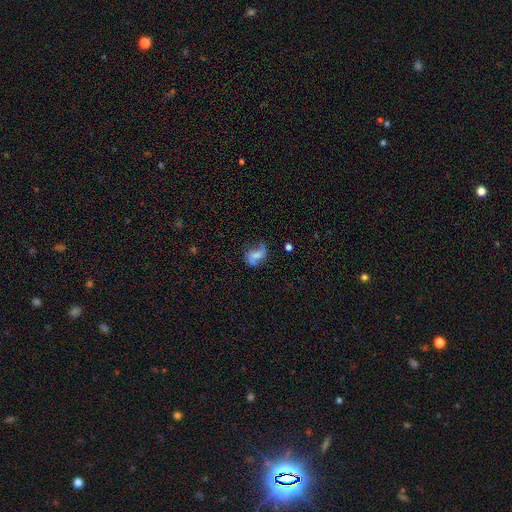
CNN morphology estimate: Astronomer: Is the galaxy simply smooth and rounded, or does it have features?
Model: featured or disk — 53% (runner-up: smooth, 36%).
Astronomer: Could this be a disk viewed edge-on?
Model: no — 97%.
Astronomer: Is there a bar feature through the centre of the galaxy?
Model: no — 53% (runner-up: weak, 34%).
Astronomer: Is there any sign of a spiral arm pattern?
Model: yes — 79%.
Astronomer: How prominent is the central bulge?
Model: none — 41% (runner-up: small, 27%).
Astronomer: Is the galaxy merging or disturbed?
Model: none — 44% (runner-up: minor disturbance, 27%).